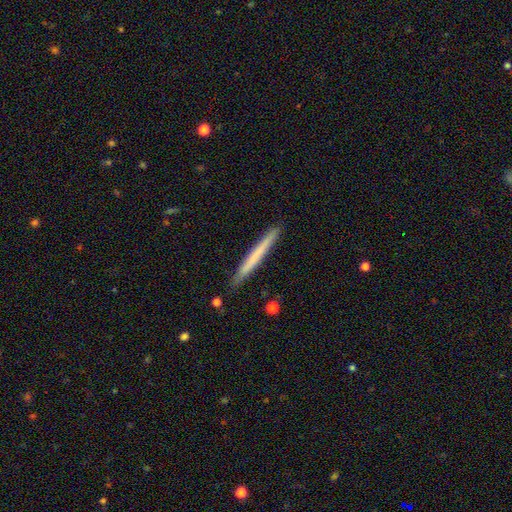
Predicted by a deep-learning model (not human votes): smooth_or_featured: smooth (p=0.62) [alt: featured or disk p=0.33]
how_rounded: cigar-shaped (p=0.97) [alt: in between p=0.02]
merging: none (p=0.90) [alt: minor disturbance p=0.07]